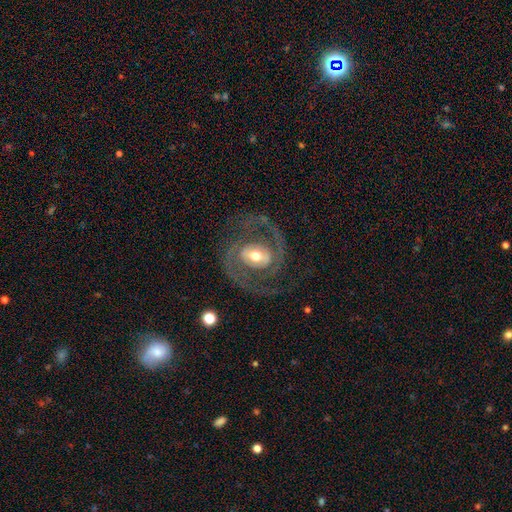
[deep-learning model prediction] smooth-or-featured: featured or disk: 84% | smooth: 11% | star or artifact: 5%
  disk-edge-on: no: 97% | yes: 3%
    bar: no: 39% | weak: 38% | strong: 22%
    has-spiral-arms: yes: 82% | no: 18%
      spiral-winding: medium: 49% | tight: 30% | loose: 21%
      spiral-arm-count: 2: 85% | can't tell: 6% | 1: 3% | 3: 3% | 4: 1% | more than 4: 1%
    bulge-size: moderate: 69% | large: 15% | small: 13% | dominant: 2% | none: 1%
  merging: none: 72% | major disturbance: 14% | minor disturbance: 13% | merger: 1%